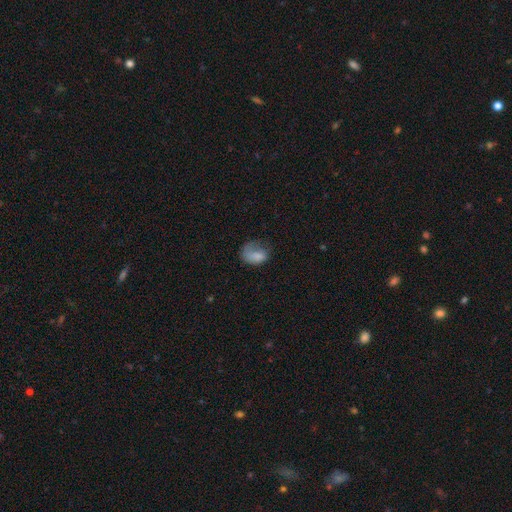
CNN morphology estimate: This appears to be a smooth galaxy with no disk features (69%) that is in between round and cigar-shaped (73%). Merging: major disturbance (42%).